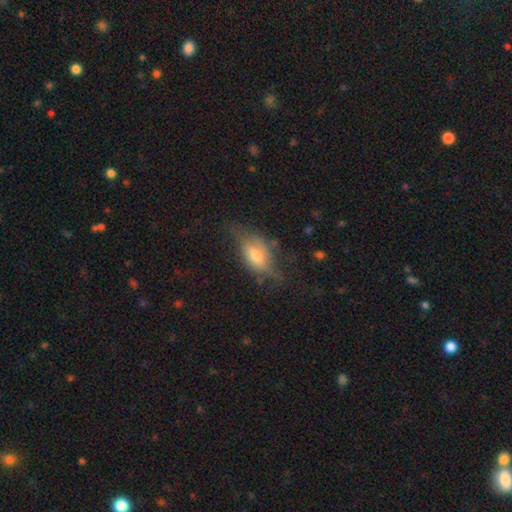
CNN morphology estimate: A smooth galaxy with no disk features (52%) that is in between round and cigar-shaped (84%). Merging: none (47%).